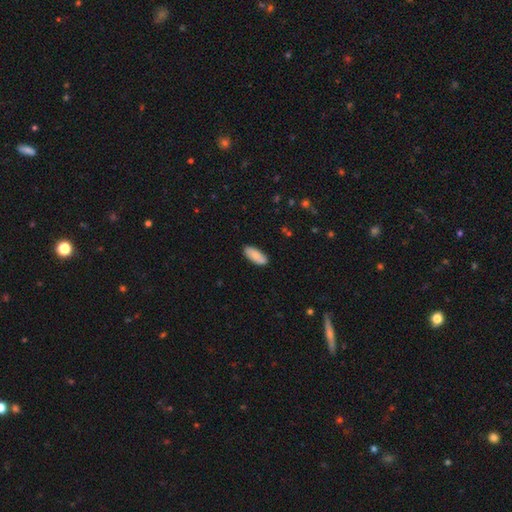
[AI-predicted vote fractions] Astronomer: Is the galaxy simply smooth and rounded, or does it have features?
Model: smooth — 83%.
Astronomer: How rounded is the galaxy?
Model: in between — 83%.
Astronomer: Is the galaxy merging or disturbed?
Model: none — 85%.